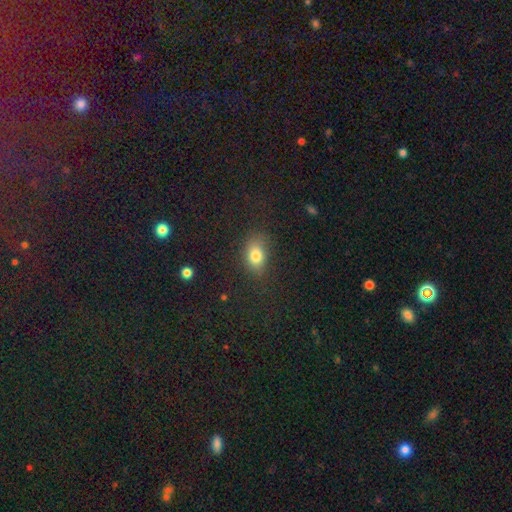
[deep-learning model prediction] A smooth galaxy with no disk features (79%) that is in between round and cigar-shaped (75%).

Vote fractions:
- Smooth or featured? smooth: 79% / star or artifact: 12% / featured or disk: 8%
- How rounded? in between: 75% / round: 23% / cigar-shaped: 2%
- Merging? none: 76% / minor disturbance: 17% / major disturbance: 6% / merger: 2%